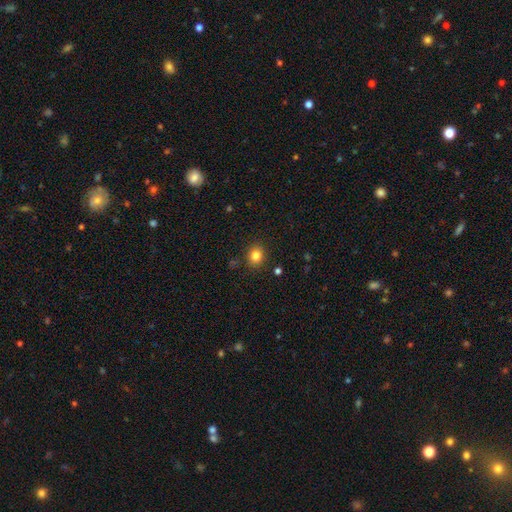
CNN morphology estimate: smooth-or-featured: smooth: 83% | star or artifact: 12% | featured or disk: 5%
  how-rounded: round: 72% | in between: 27% | cigar-shaped: 1%
  merging: none: 88% | minor disturbance: 8% | major disturbance: 2% | merger: 2%